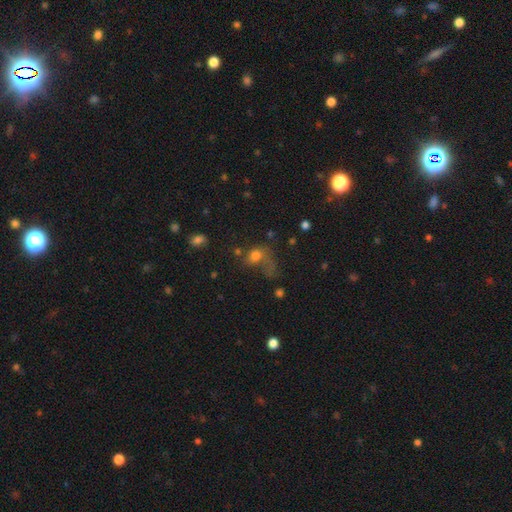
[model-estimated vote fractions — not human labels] Overall: smooth (69%). How rounded: round (50%; in between 48%). Merging: major disturbance (39%; none 30%).